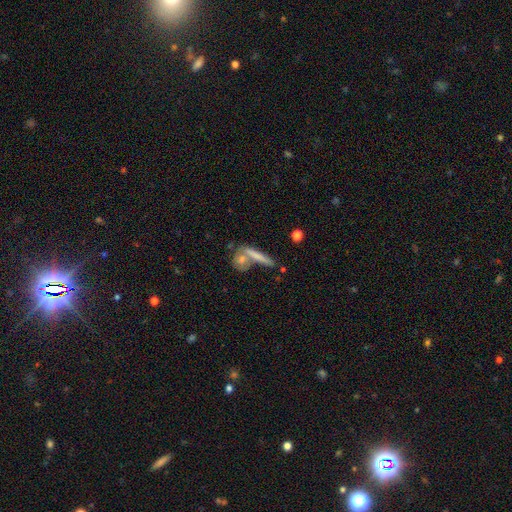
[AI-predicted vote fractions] Smooth or featured?
  - smooth: 63% *
  - featured or disk: 28%
  - star or artifact: 9%
How rounded?
  - cigar-shaped: 82% *
  - in between: 12%
  - round: 7%
Merging?
  - none: 58% *
  - merger: 26%
  - minor disturbance: 12%
  - major disturbance: 5%